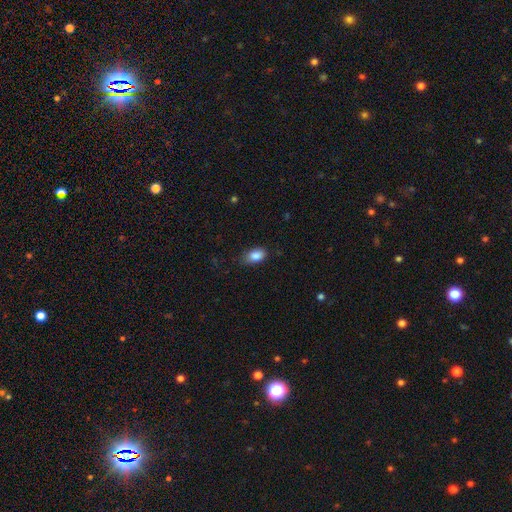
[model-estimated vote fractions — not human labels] The model was most divided on "merging": none: 72%, minor disturbance: 23%, major disturbance: 4%, merger: 1%. More confident: how rounded — in between (89%); smooth or featured — smooth (86%).